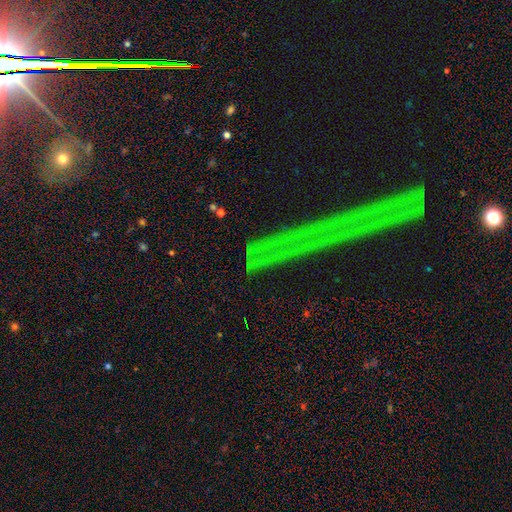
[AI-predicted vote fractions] Q: Smooth or featured?
A: star or artifact (62%); runner-up: smooth (20%)